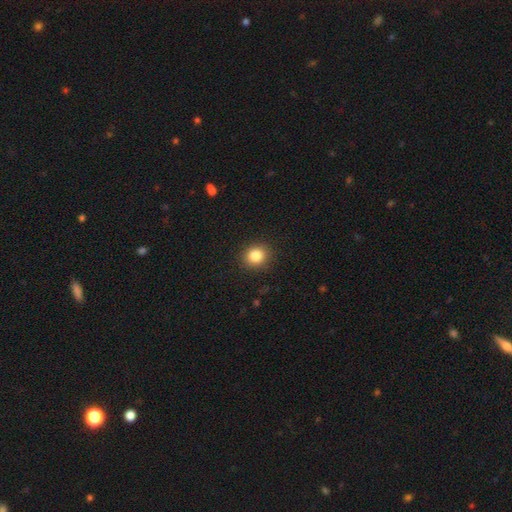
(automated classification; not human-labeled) Q: Smooth or featured?
A: smooth (85%); runner-up: star or artifact (10%)
Q: How rounded?
A: round (82%); runner-up: in between (17%)
Q: Merging?
A: none (90%); runner-up: minor disturbance (7%)